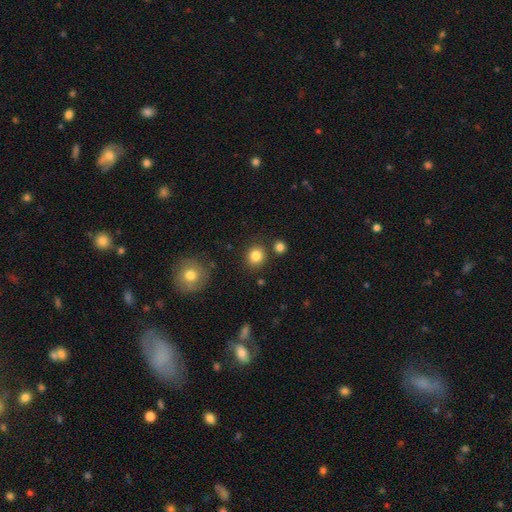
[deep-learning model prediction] smooth-or-featured: smooth: 83% | star or artifact: 11% | featured or disk: 6%
  how-rounded: round: 83% | in between: 16% | cigar-shaped: 1%
  merging: none: 84% | minor disturbance: 8% | merger: 6% | major disturbance: 3%